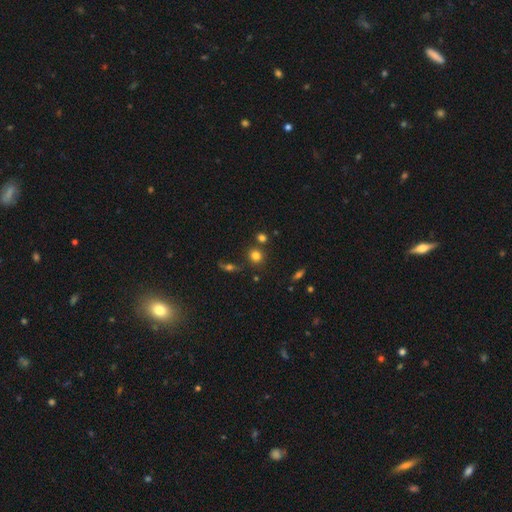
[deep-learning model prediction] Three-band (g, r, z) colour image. It shows a smooth galaxy with no disk features (77%) that is round (87%). Merging: none (76%).